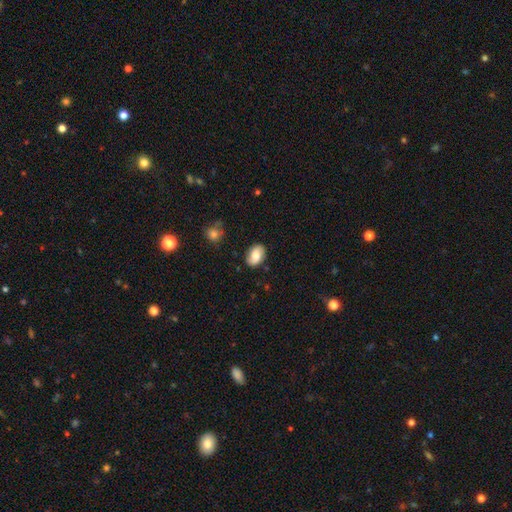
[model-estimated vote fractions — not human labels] Q: Smooth or featured?
A: smooth (70%); runner-up: featured or disk (23%)
Q: How rounded?
A: in between (87%); runner-up: round (12%)
Q: Merging?
A: none (81%); runner-up: minor disturbance (15%)